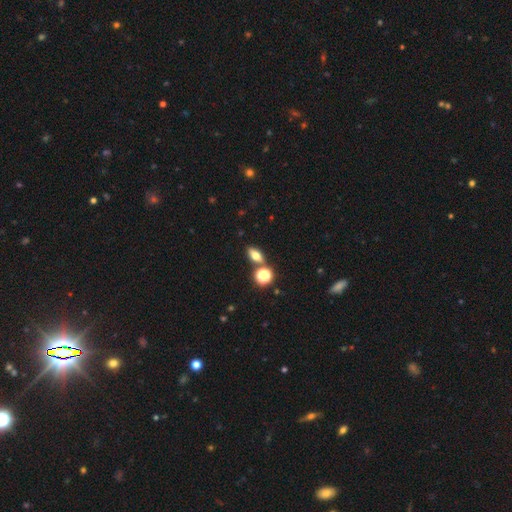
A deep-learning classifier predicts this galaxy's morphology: The model was most divided on "smooth or featured": smooth: 69%, featured or disk: 16%, star or artifact: 15%. More confident: how rounded — in between (75%); merging — none (74%).